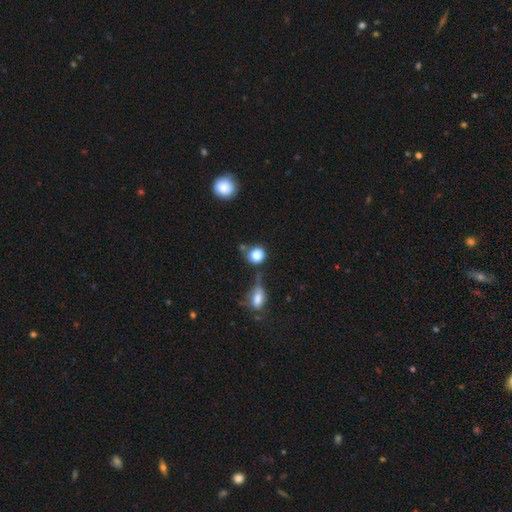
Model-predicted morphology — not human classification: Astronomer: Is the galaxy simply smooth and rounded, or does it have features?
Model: smooth — 82%.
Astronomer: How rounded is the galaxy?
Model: round — 86%.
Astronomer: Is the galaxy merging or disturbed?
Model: none — 55%.